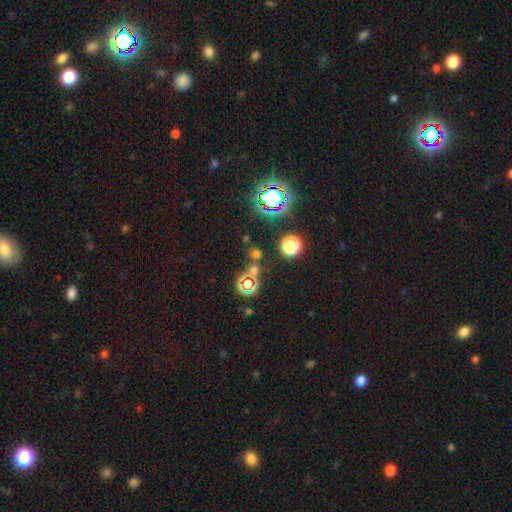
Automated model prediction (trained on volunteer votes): Smooth or featured? Predicted: star or artifact (p=0.65).